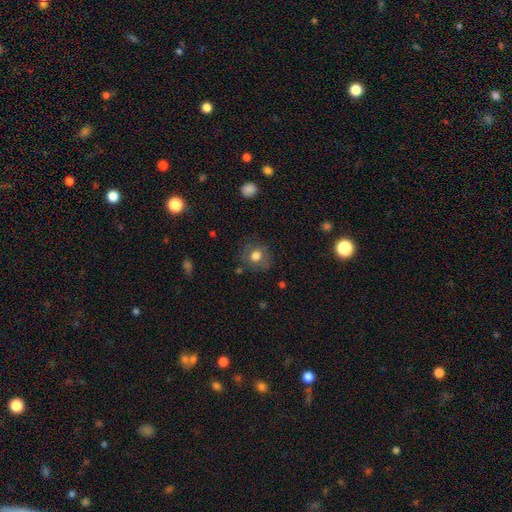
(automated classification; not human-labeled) Q: Smooth or featured?
A: smooth (71%); runner-up: featured or disk (19%)
Q: How rounded?
A: round (82%); runner-up: in between (17%)
Q: Merging?
A: none (78%); runner-up: minor disturbance (15%)